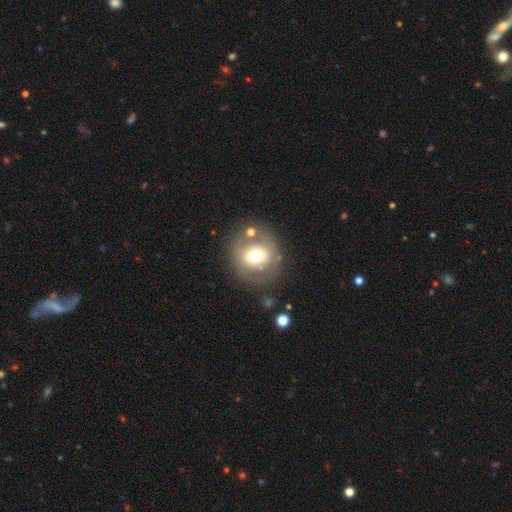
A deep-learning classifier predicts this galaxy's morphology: smooth_or_featured: smooth (p=0.53) [alt: featured or disk p=0.38]
how_rounded: round (p=0.85) [alt: in between p=0.14]
merging: none (p=0.73) [alt: minor disturbance p=0.13]